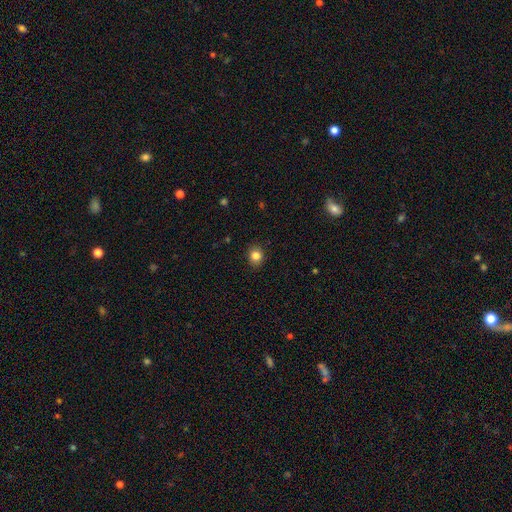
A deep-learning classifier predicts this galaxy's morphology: This appears to be a smooth galaxy with no disk features (83%) that is round (68%). Merging: none (90%).